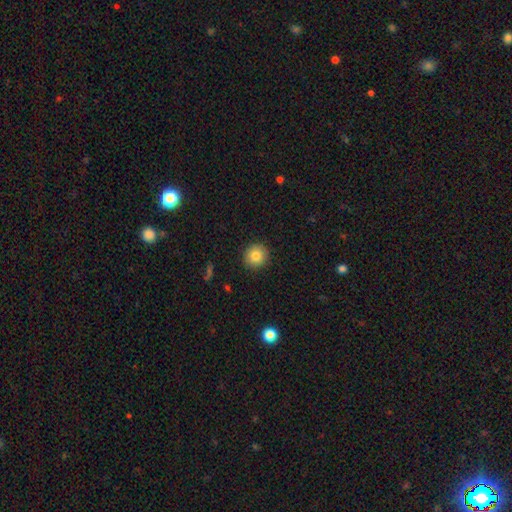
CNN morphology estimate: This appears to be a smooth galaxy with no disk features (83%) that is round (91%). Merging: none (91%).